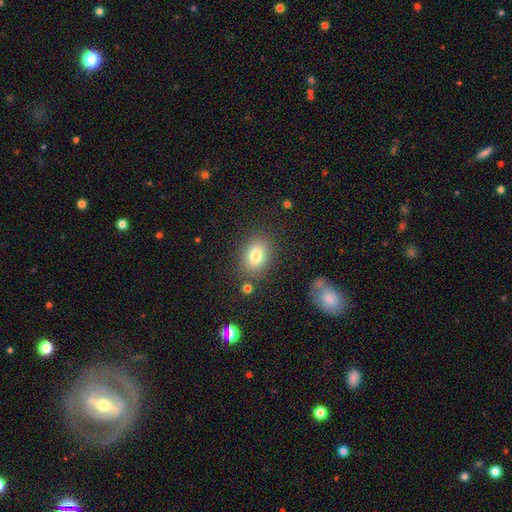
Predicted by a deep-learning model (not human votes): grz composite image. It shows a smooth galaxy with no disk features (82%) that is in between round and cigar-shaped (76%). Merging: none (81%).